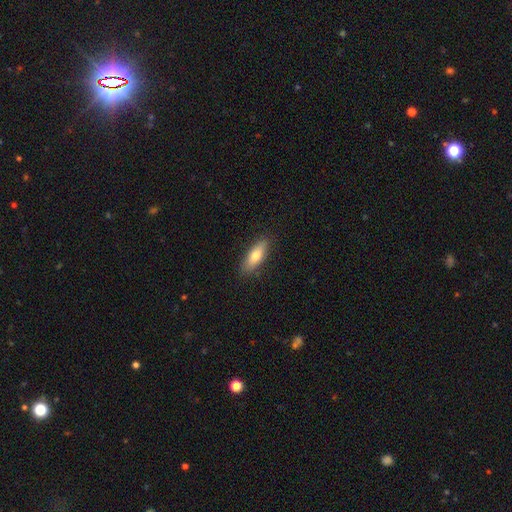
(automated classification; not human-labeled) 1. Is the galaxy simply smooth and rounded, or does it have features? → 72% smooth, 22% featured or disk, 6% star or artifact.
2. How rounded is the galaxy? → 61% in between, 37% cigar-shaped, 3% round.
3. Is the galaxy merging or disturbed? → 87% none, 10% minor disturbance, 2% major disturbance, 1% merger.